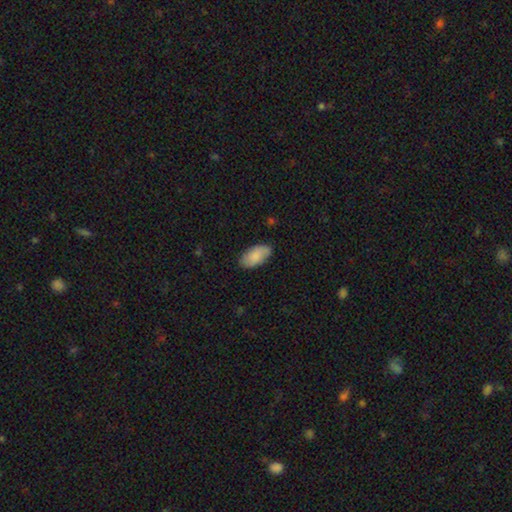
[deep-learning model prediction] Smooth or featured? smooth (83%)
How rounded? in between (95%)
Merging? none (79%)